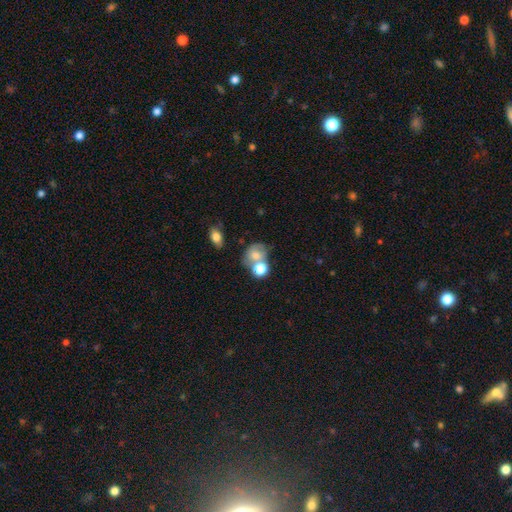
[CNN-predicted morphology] Smooth or featured? smooth (65%)
How rounded? round (63%)
Merging? merger (42%)